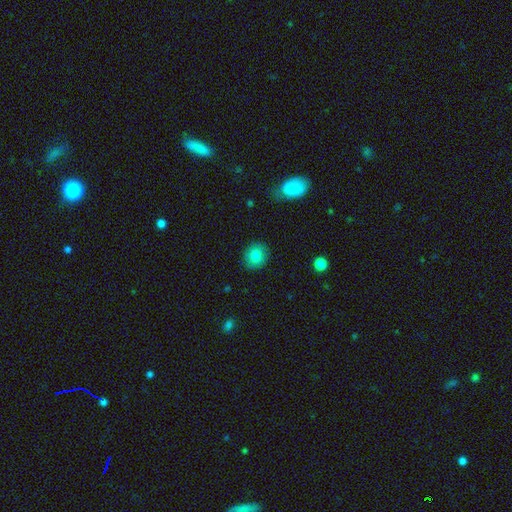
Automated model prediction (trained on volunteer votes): smooth-or-featured: smooth: 82% | star or artifact: 9% | featured or disk: 9%
  how-rounded: round: 74% | in between: 25% | cigar-shaped: 1%
  merging: none: 89% | minor disturbance: 8% | major disturbance: 2% | merger: 1%